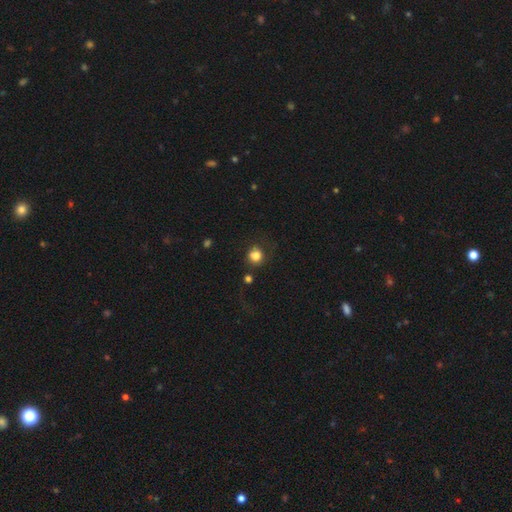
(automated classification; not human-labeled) Q: Smooth or featured?
A: smooth (81%); runner-up: star or artifact (11%)
Q: How rounded?
A: round (84%); runner-up: in between (16%)
Q: Merging?
A: none (64%); runner-up: minor disturbance (18%)